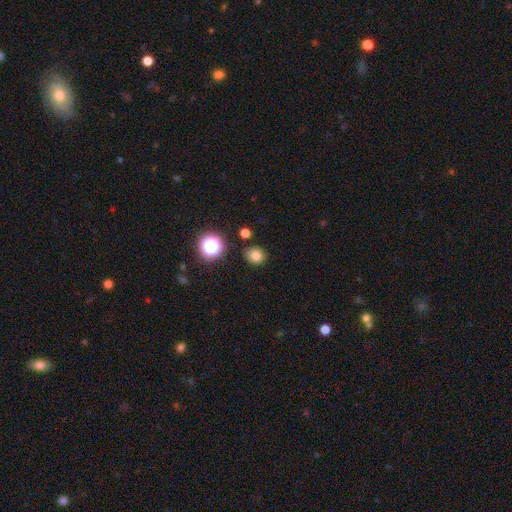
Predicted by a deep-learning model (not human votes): Smooth or featured?
  - smooth: 77% *
  - star or artifact: 16%
  - featured or disk: 7%
How rounded?
  - round: 71% *
  - in between: 28%
  - cigar-shaped: 1%
Merging?
  - none: 84% *
  - minor disturbance: 10%
  - merger: 3%
  - major disturbance: 3%